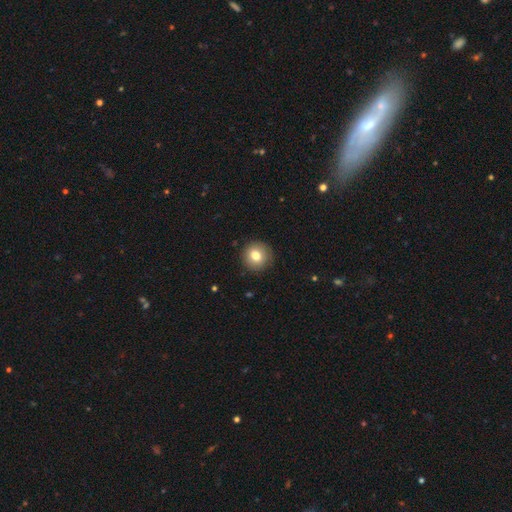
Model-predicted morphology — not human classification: smooth_or_featured: smooth (p=0.79) [alt: featured or disk p=0.11]
how_rounded: round (p=0.93) [alt: in between p=0.07]
merging: none (p=0.90) [alt: minor disturbance p=0.07]